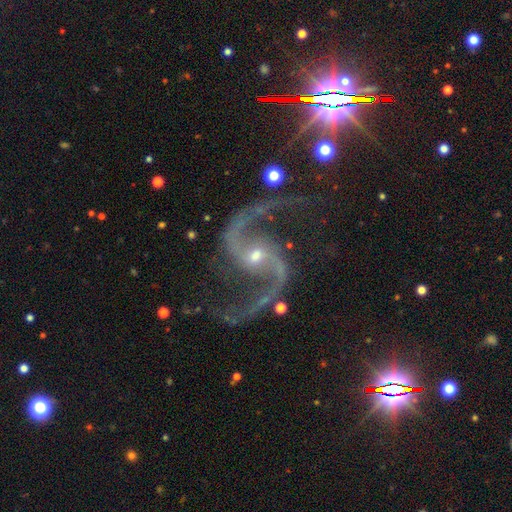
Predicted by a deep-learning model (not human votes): This appears to be a featured or disk galaxy (92%) with no bar (49%), 2 (94%) loose (62%) spiral arms (99%) and a small central bulge (62%). Merging: none (76%).